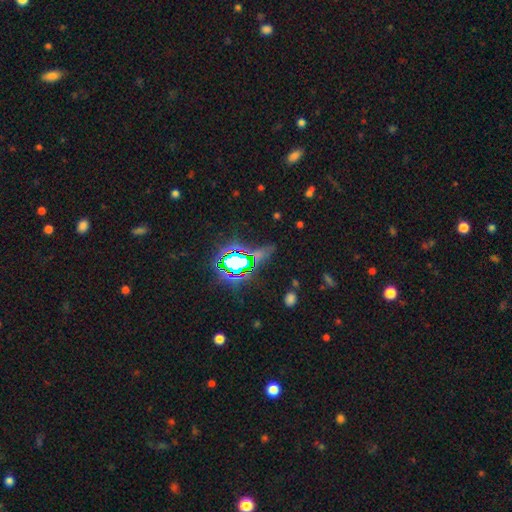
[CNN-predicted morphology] type=star or artifact (74%).